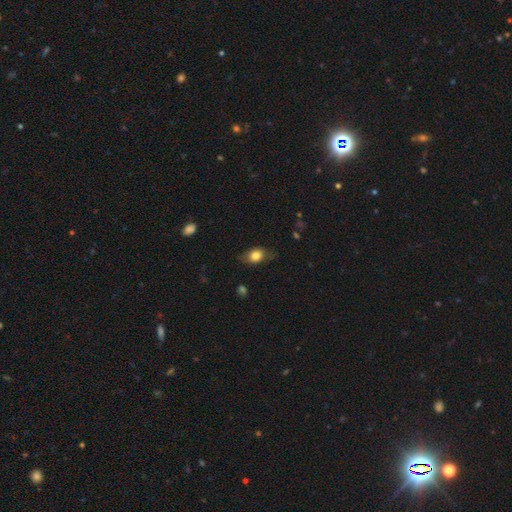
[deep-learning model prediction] smooth_or_featured: smooth (p=0.77) [alt: featured or disk p=0.15]
how_rounded: in between (p=0.75) [alt: round p=0.23]
merging: none (p=0.70) [alt: minor disturbance p=0.23]